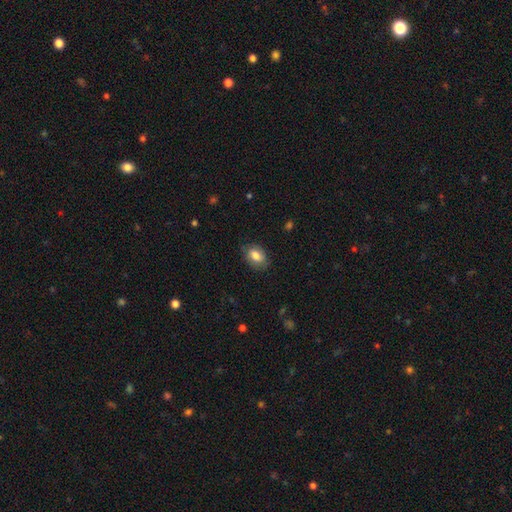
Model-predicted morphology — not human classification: This is likely a smooth galaxy (79%). How rounded: clearly in between (84%). Merging: likely none (79%).